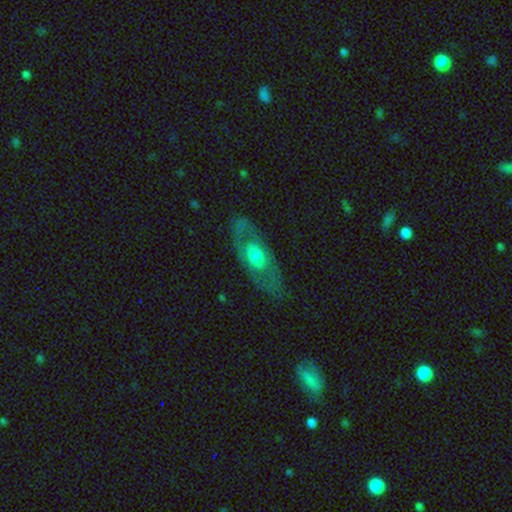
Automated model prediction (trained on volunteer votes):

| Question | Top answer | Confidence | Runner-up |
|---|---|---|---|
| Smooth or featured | featured or disk | 58% | smooth (36%) |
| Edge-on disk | no | 80% | yes (20%) |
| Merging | none | 78% | minor disturbance (13%) |